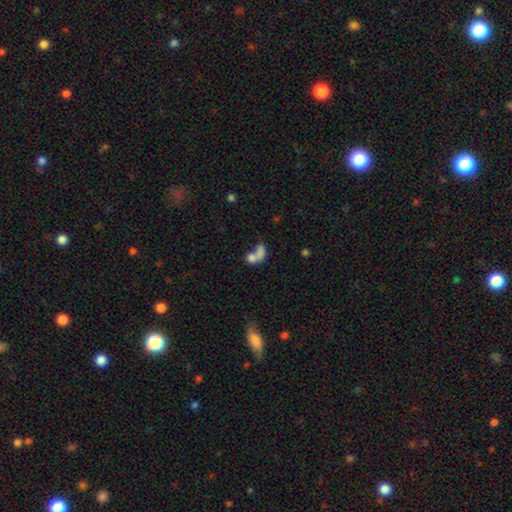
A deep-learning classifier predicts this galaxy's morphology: This appears to be a smooth galaxy with no disk features (72%) that is in between round and cigar-shaped (72%). Merging: merger (66%).